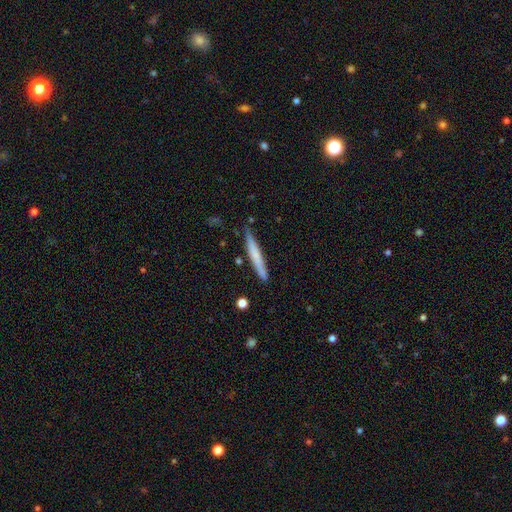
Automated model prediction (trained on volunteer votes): Smooth or featured? smooth (63%)
How rounded? cigar-shaped (96%)
Merging? none (83%)